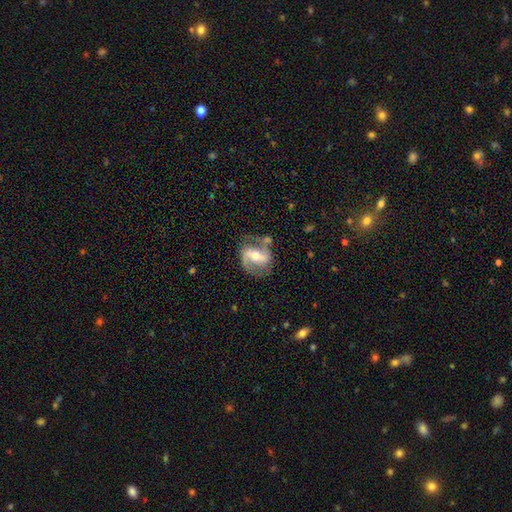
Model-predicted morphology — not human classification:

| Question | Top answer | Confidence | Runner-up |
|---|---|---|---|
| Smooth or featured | featured or disk | 84% | smooth (11%) |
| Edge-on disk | no | 96% | yes (4%) |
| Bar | strong | 47% | weak (35%) |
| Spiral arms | yes | 92% | no (8%) |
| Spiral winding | medium | 50% | loose (33%) |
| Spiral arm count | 2 | 88% | 1 (5%) |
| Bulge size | moderate | 63% | small (31%) |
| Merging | none | 69% | minor disturbance (17%) |